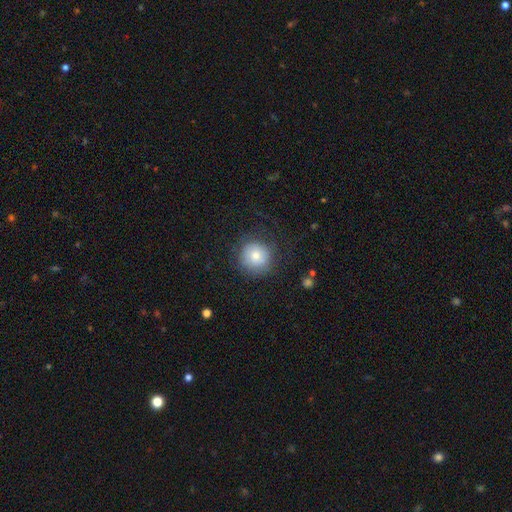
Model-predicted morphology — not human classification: Smooth or featured: smooth — 72% (featured or disk — 18%)
How rounded: round — 94% (in between — 5%)
Merging: none — 75% (minor disturbance — 15%)